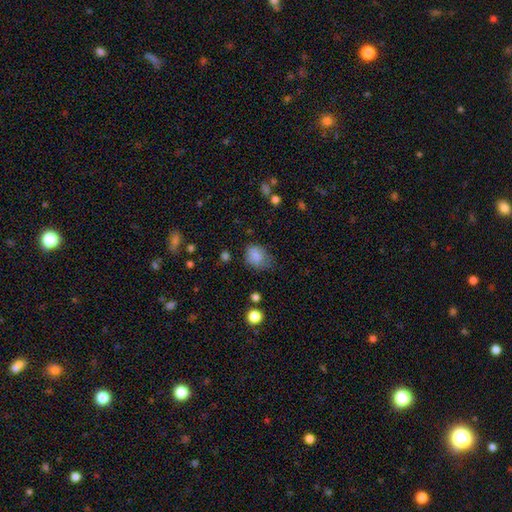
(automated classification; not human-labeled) Smooth or featured? smooth (80%)
How rounded? in between (58%)
Merging? none (50%)